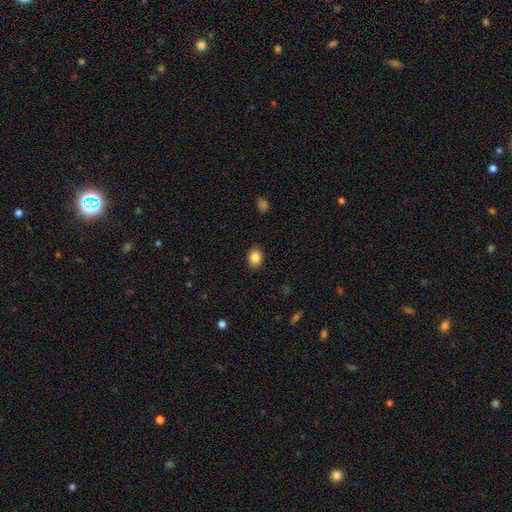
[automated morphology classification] This is clearly a smooth galaxy (87%). How rounded: likely in between (70%). Merging: clearly none (89%).